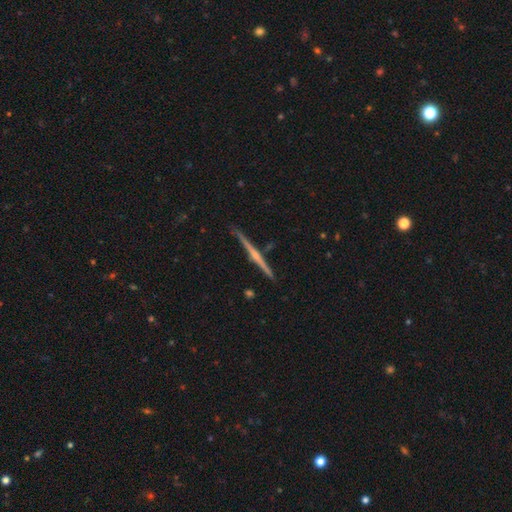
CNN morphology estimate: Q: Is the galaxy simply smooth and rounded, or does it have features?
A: featured or disk — 81%.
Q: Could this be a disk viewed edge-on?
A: yes — 99%.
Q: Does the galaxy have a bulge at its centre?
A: rounded — 78%.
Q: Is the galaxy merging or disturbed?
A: none — 90%.